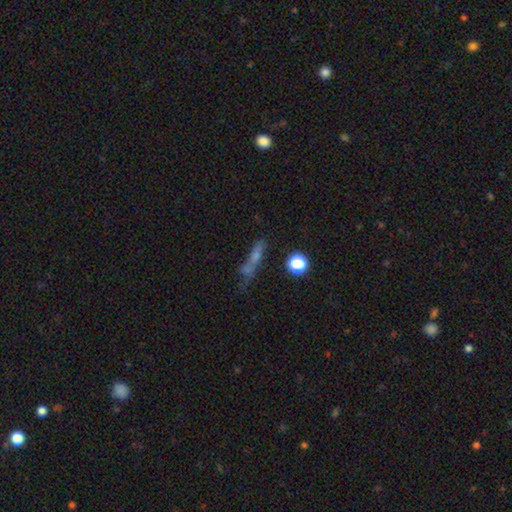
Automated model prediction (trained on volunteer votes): The model was most divided on "smooth or featured": smooth: 46%, featured or disk: 32%, star or artifact: 23%. More confident: merging — none (52%).